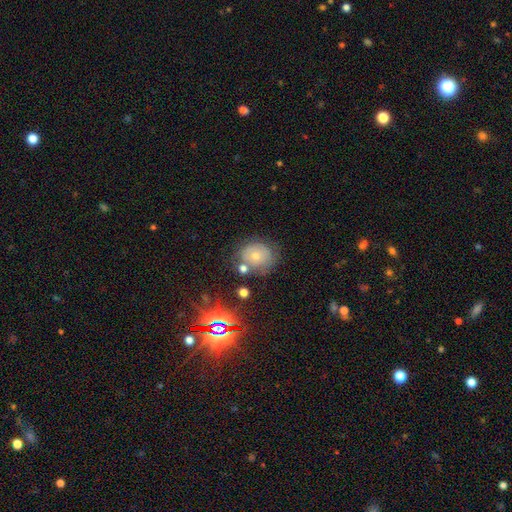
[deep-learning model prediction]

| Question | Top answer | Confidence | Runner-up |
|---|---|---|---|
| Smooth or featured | smooth | 56% | featured or disk (30%) |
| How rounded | round | 72% | in between (27%) |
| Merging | none | 58% | minor disturbance (21%) |